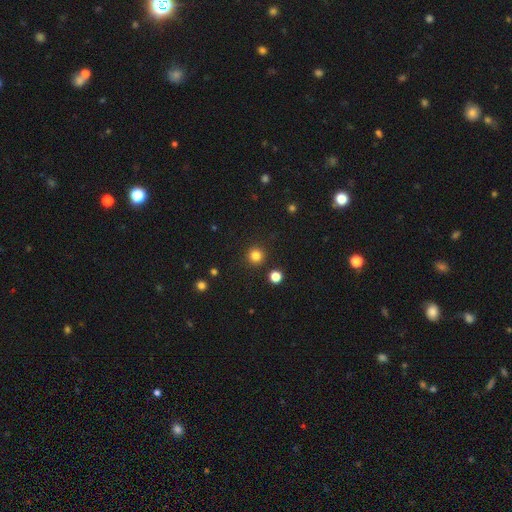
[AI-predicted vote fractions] smooth 82%, star or artifact 13%, featured or disk 4%. Down the decision tree: how rounded — round (95%); merging — none (91%).